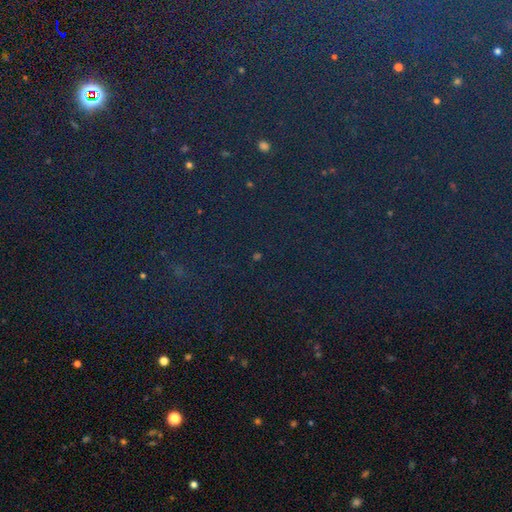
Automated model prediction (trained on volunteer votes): This appears to be a star or artifact, not a galaxy (83%).